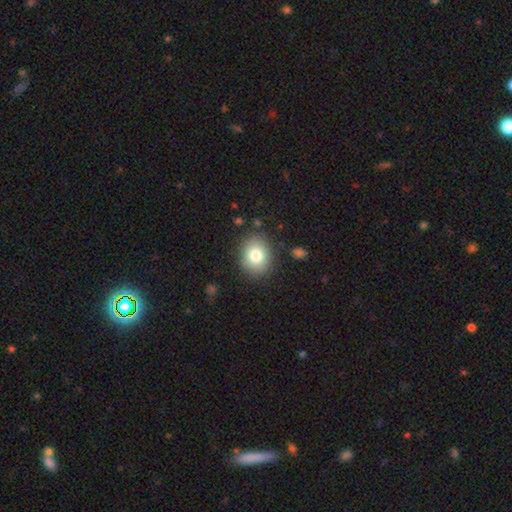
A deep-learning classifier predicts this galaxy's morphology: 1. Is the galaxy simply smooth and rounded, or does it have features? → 81% smooth, 10% featured or disk, 9% star or artifact.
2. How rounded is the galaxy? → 53% round, 46% in between, 1% cigar-shaped.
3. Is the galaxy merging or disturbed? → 86% none, 10% minor disturbance, 3% major disturbance, 2% merger.